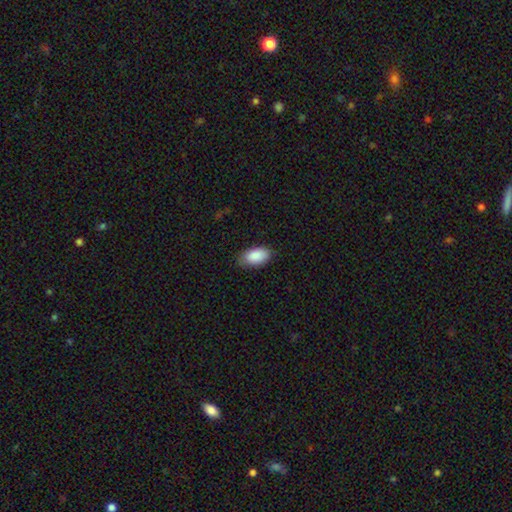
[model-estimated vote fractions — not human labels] The model was most divided on "merging": none: 80%, minor disturbance: 16%, major disturbance: 3%, merger: 1%. More confident: how rounded — in between (94%); smooth or featured — smooth (89%).